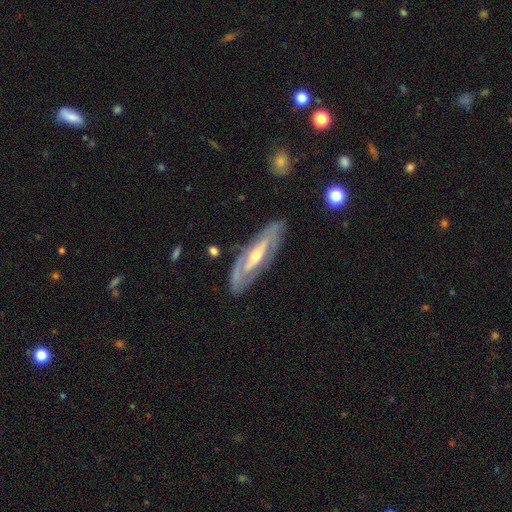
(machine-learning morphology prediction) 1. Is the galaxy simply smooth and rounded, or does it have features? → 81% featured or disk, 14% smooth, 5% star or artifact.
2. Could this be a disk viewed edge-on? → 77% no, 23% yes.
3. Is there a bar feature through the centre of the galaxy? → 39% no, 32% strong, 30% weak.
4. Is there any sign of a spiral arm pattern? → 73% yes, 27% no.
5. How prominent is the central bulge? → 55% moderate, 40% small, 3% large, 1% none, 1% dominant.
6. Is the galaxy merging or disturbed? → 80% none, 13% minor disturbance, 5% major disturbance, 2% merger.